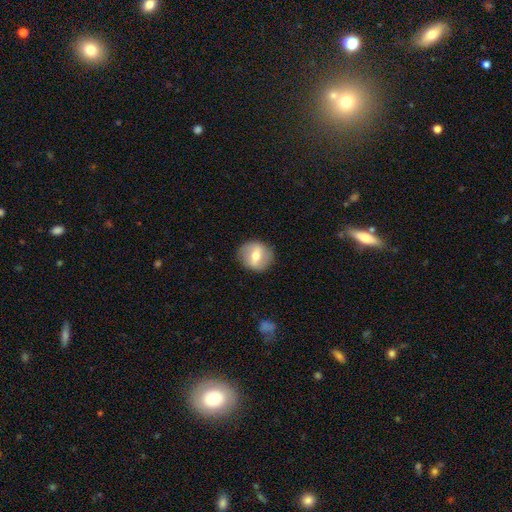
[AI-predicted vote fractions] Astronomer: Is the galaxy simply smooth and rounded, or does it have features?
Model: smooth — 47% (runner-up: featured or disk, 46%).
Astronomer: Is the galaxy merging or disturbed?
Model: none — 86%.